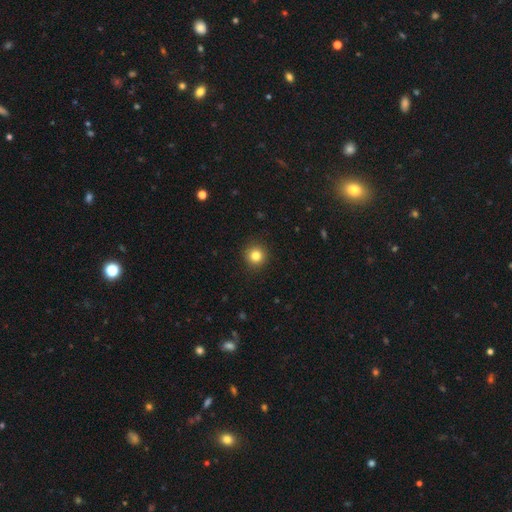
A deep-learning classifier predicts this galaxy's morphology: Smooth or featured: smooth — 83% (star or artifact — 11%)
How rounded: round — 94% (in between — 5%)
Merging: none — 92% (minor disturbance — 5%)